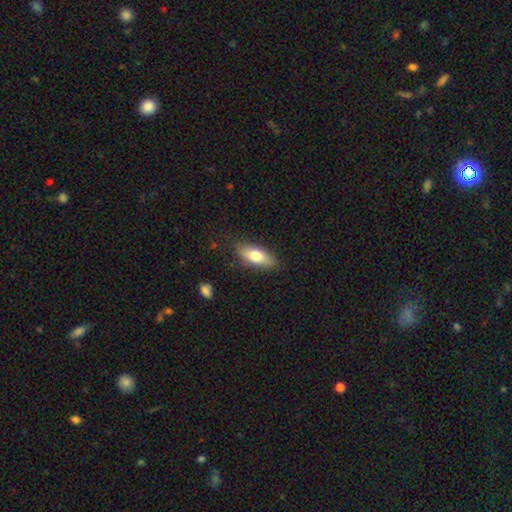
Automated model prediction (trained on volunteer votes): A smooth galaxy with no disk features (72%) that is in between round and cigar-shaped (75%). Merging: none (83%).